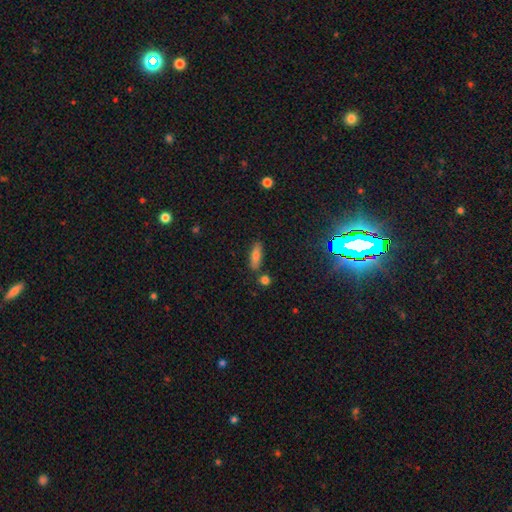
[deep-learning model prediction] This appears to be a smooth galaxy with no disk features (77%) that is in between round and cigar-shaped (57%). Merging: none (78%).